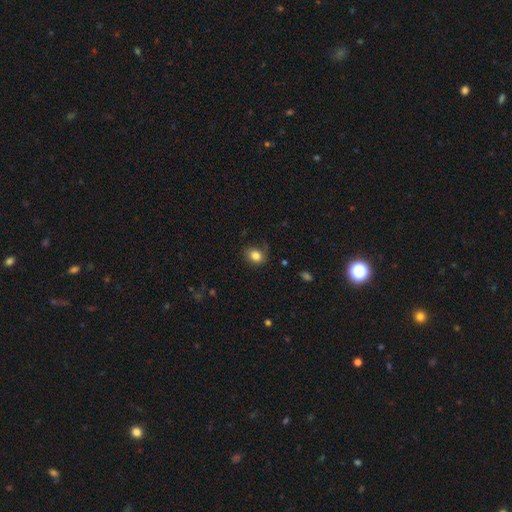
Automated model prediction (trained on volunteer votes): Overall: smooth (82%). How rounded: round (53%; in between 47%). Merging: none (76%).